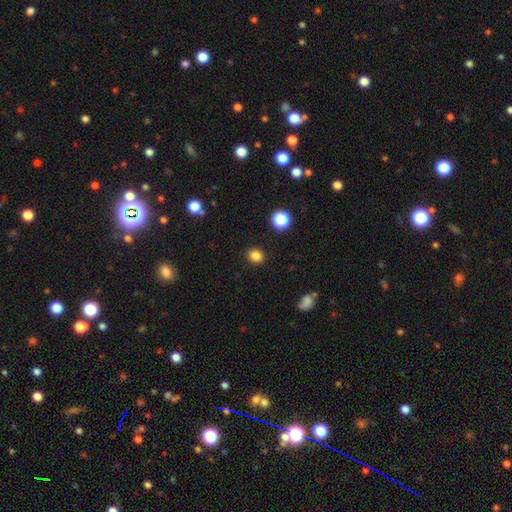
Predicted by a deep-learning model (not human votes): Smooth or featured: smooth — 84% (star or artifact — 12%)
How rounded: round — 79% (in between — 20%)
Merging: none — 90% (minor disturbance — 6%)